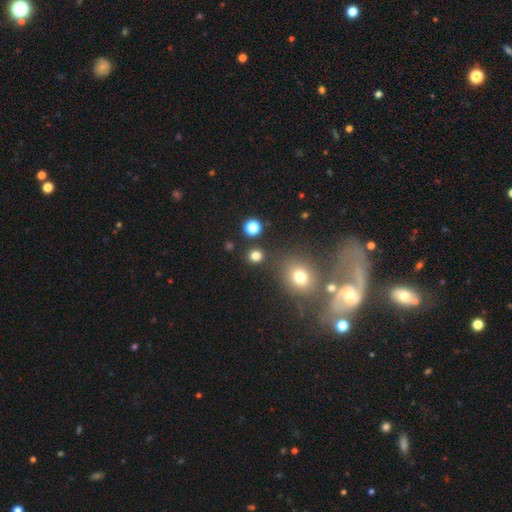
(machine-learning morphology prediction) type=smooth (78%); roundness=round (88%); merging=none (86%).